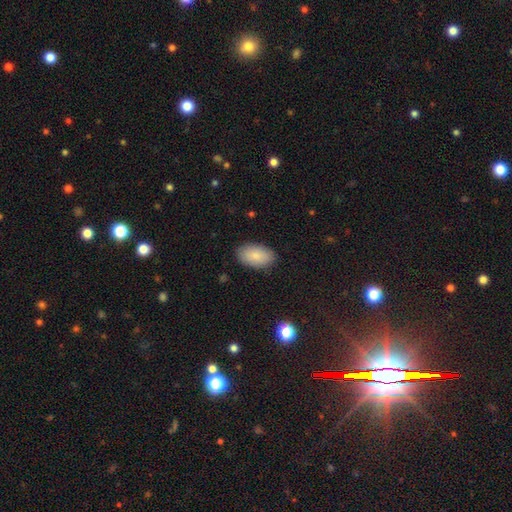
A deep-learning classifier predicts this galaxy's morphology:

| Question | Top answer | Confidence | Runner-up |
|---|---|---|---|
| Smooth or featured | smooth | 87% | featured or disk (7%) |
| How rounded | in between | 95% | round (4%) |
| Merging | none | 87% | minor disturbance (10%) |